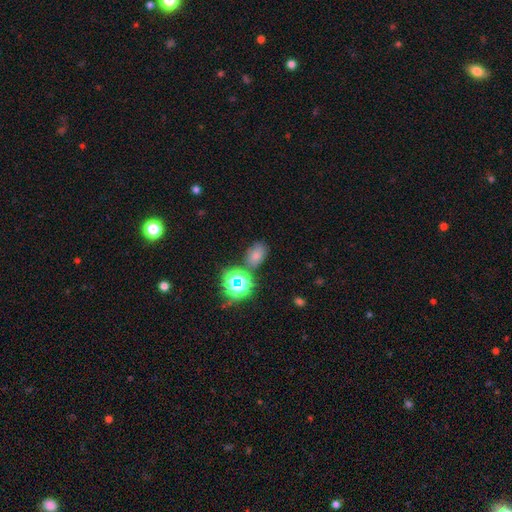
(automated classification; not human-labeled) Smooth or featured?
  - smooth: 66% *
  - star or artifact: 25%
  - featured or disk: 9%
How rounded?
  - in between: 76% *
  - round: 22%
  - cigar-shaped: 1%
Merging?
  - none: 70% *
  - minor disturbance: 15%
  - merger: 9%
  - major disturbance: 5%